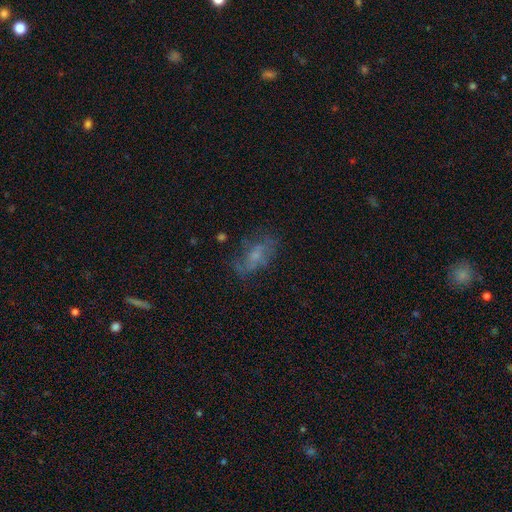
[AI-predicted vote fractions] The model was most divided on "smooth or featured": featured or disk: 45%, smooth: 41%, star or artifact: 13%. More confident: merging — none (52%).